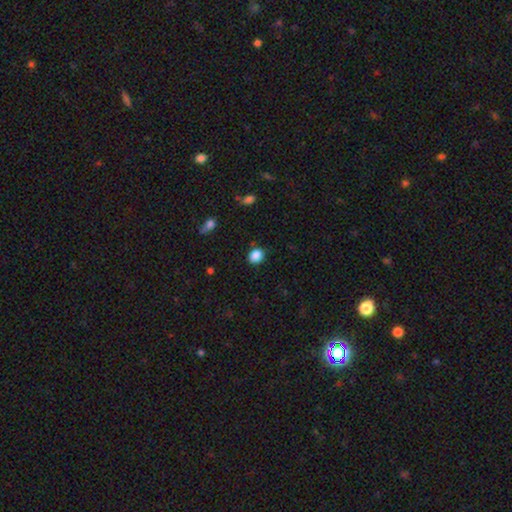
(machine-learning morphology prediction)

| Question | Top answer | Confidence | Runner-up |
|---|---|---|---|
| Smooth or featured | smooth | 87% | star or artifact (10%) |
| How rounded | round | 62% | in between (37%) |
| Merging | none | 80% | minor disturbance (15%) |